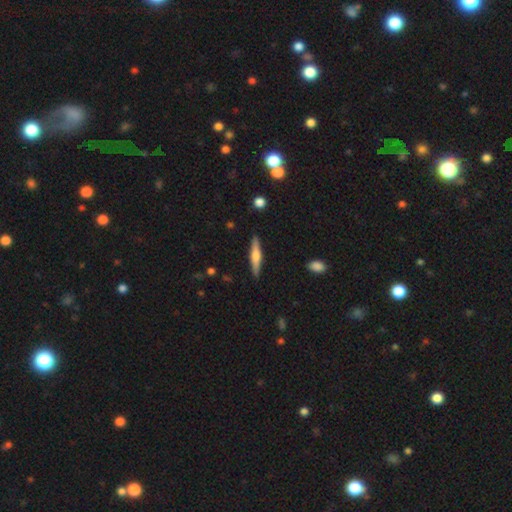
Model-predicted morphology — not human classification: This appears to be a featured or disk galaxy (52%) viewed edge-on (97%) with a rounded central bulge (75%). Merging: none (89%).